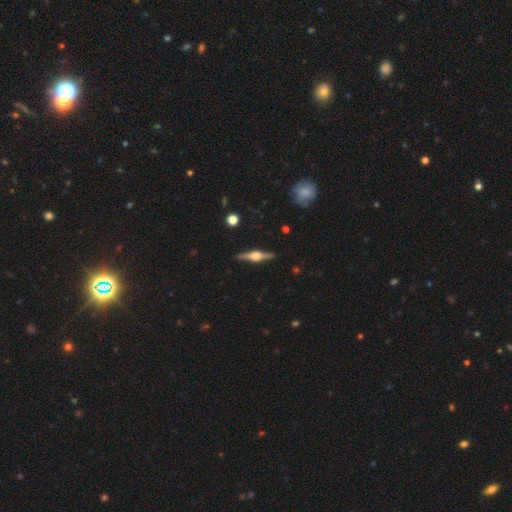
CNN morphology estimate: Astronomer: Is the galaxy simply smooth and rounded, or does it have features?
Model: featured or disk — 79%.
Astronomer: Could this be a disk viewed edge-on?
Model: yes — 98%.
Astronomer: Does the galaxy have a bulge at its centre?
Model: rounded — 93%.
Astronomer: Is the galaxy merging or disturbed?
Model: none — 90%.